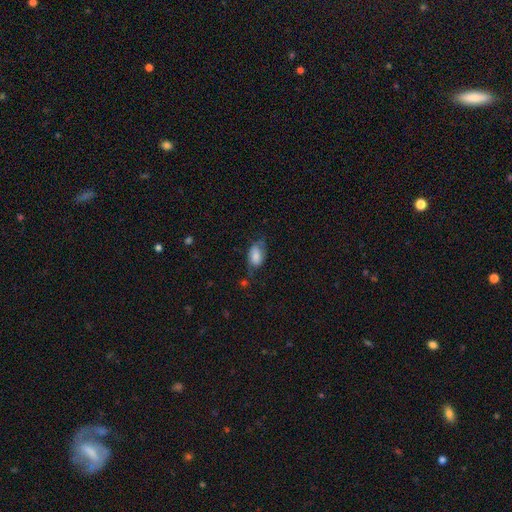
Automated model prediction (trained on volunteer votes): This appears to be a smooth galaxy with no disk features (73%) that is in between round and cigar-shaped (89%). Merging: none (47%).